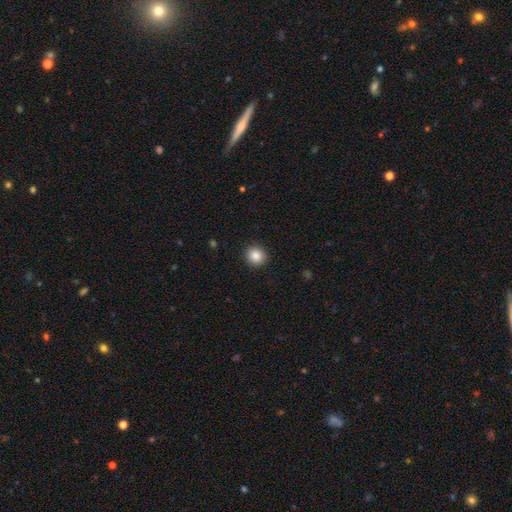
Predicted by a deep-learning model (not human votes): Morphology: type=smooth (87%); roundness=round (91%); merging=none (92%).